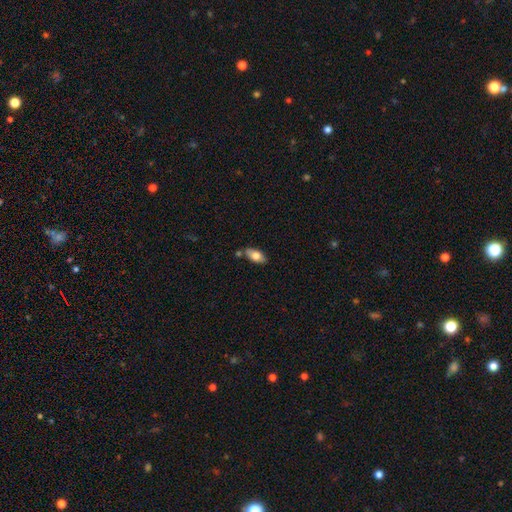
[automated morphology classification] type=smooth (73%); roundness=in between (88%); merging=none (75%).